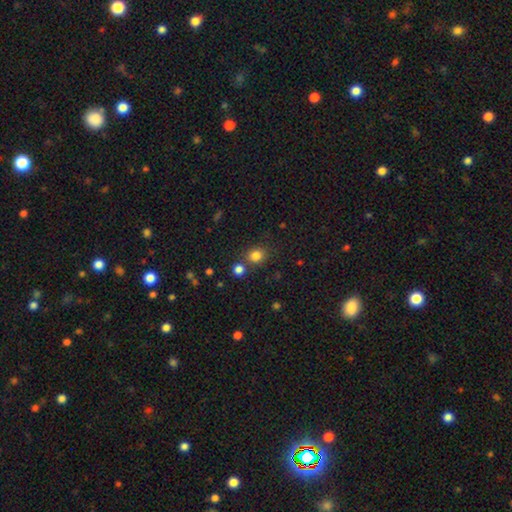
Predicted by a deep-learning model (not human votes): This is clearly a smooth galaxy (80%). How rounded: likely round (77%). Merging: likely none (70%).